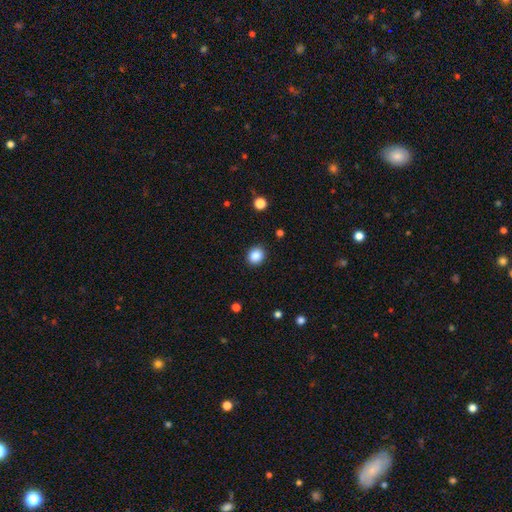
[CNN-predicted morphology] smooth_or_featured: smooth (p=0.86) [alt: star or artifact p=0.10]
how_rounded: round (p=0.74) [alt: in between p=0.25]
merging: none (p=0.91) [alt: minor disturbance p=0.06]